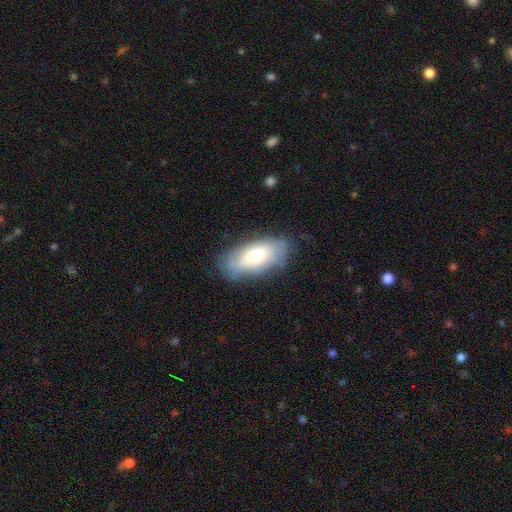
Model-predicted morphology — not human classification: A smooth galaxy with no disk features (63%) that is in between round and cigar-shaped (89%).

Vote fractions:
- Smooth or featured? smooth: 63% / featured or disk: 30% / star or artifact: 8%
- How rounded? in between: 89% / cigar-shaped: 9% / round: 3%
- Merging? none: 77% / minor disturbance: 17% / major disturbance: 4% / merger: 1%